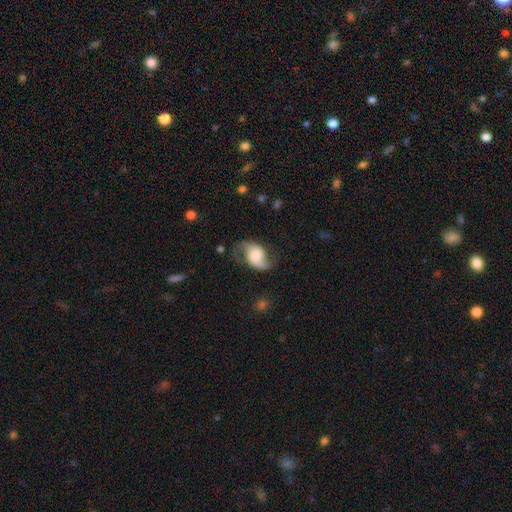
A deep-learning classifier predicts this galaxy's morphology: type=featured or disk (73%); edge-on=no (97%); bar=no (59%); spiral arms=yes (93%); winding=loose (61%); arm count=2 (89%); bulge=large (32%); merging=none (63%).